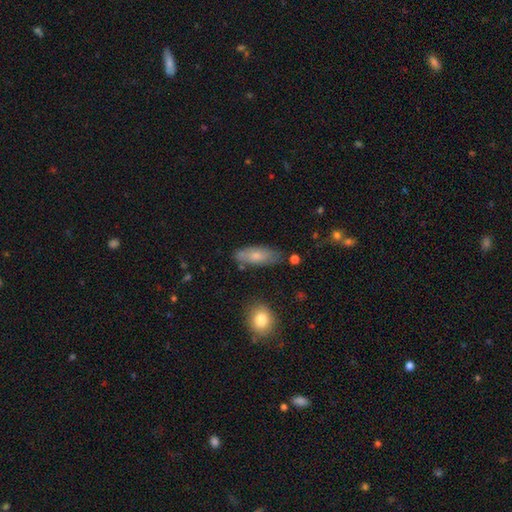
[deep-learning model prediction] Smooth or featured?
  - smooth: 71% *
  - featured or disk: 22%
  - star or artifact: 7%
How rounded?
  - in between: 73% *
  - cigar-shaped: 24%
  - round: 3%
Merging?
  - none: 73% *
  - minor disturbance: 19%
  - merger: 4%
  - major disturbance: 4%